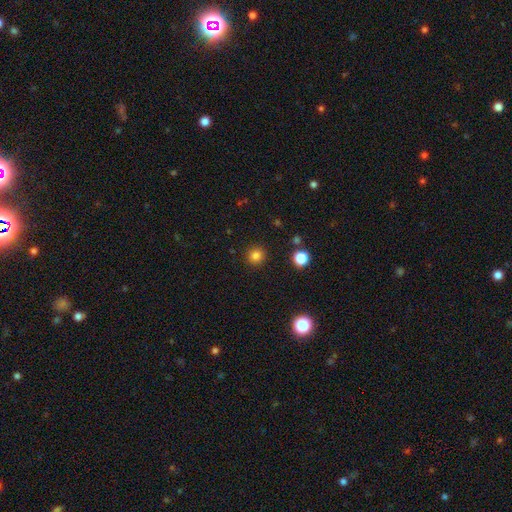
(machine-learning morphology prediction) This appears to be a smooth galaxy with no disk features (82%) that is round (93%). Merging: none (91%).